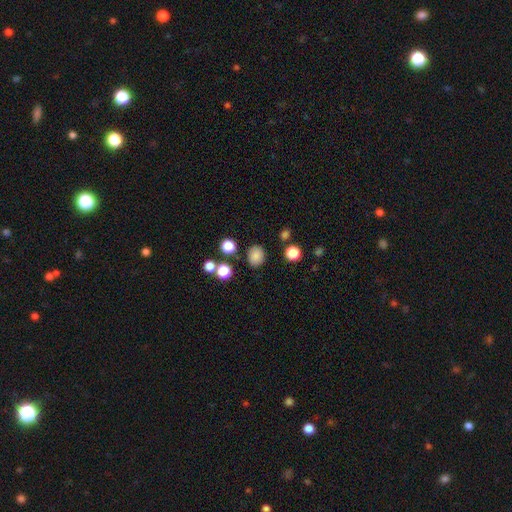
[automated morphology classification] Q: Smooth or featured?
A: smooth (84%); runner-up: star or artifact (12%)
Q: How rounded?
A: round (57%); runner-up: in between (42%)
Q: Merging?
A: none (82%); runner-up: minor disturbance (10%)